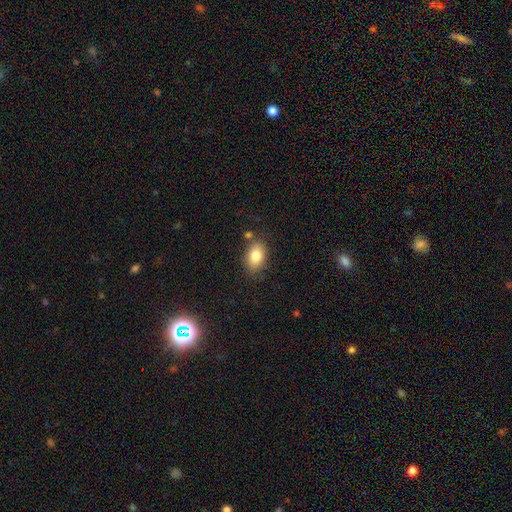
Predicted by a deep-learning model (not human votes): Morphology: type=smooth (81%); roundness=in between (82%); merging=none (79%).